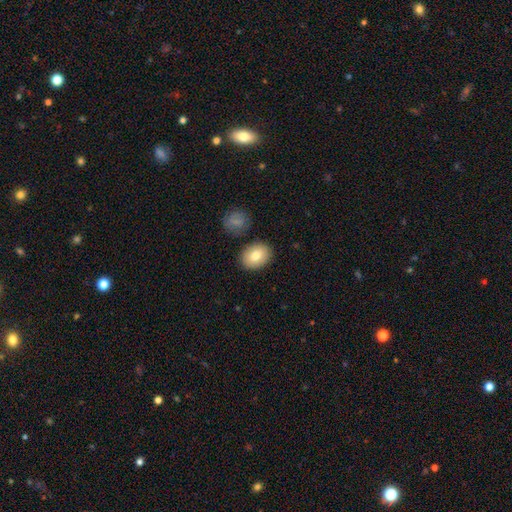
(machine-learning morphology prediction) Smooth or featured: smooth — 80% (featured or disk — 12%)
How rounded: in between — 64% (round — 34%)
Merging: none — 84% (minor disturbance — 9%)